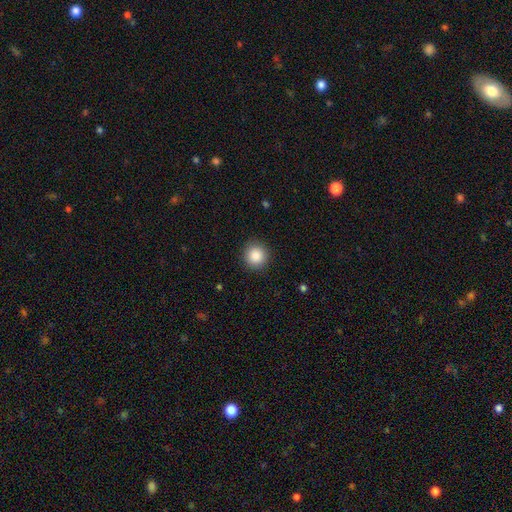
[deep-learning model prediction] Smooth or featured? smooth (87%)
How rounded? round (94%)
Merging? none (91%)